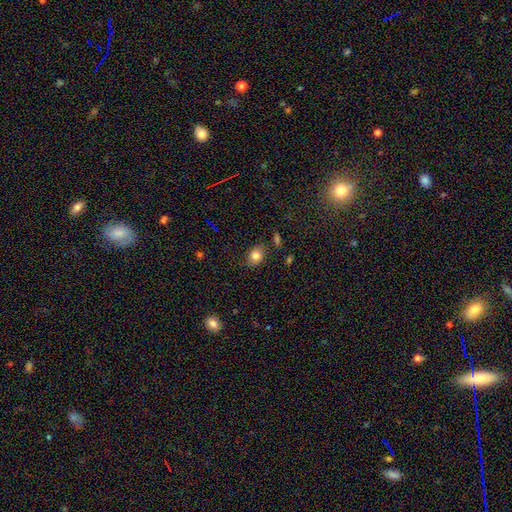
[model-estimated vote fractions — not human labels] A smooth galaxy with no disk features (81%) that is in between round and cigar-shaped (53%).

Vote fractions:
- Smooth or featured? smooth: 81% / star or artifact: 11% / featured or disk: 8%
- How rounded? in between: 53% / round: 46% / cigar-shaped: 1%
- Merging? none: 77% / minor disturbance: 16% / major disturbance: 4% / merger: 3%